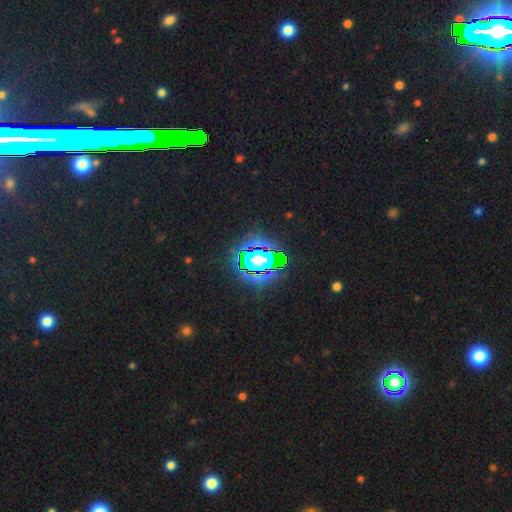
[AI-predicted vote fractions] Smooth or featured? star or artifact (82%)